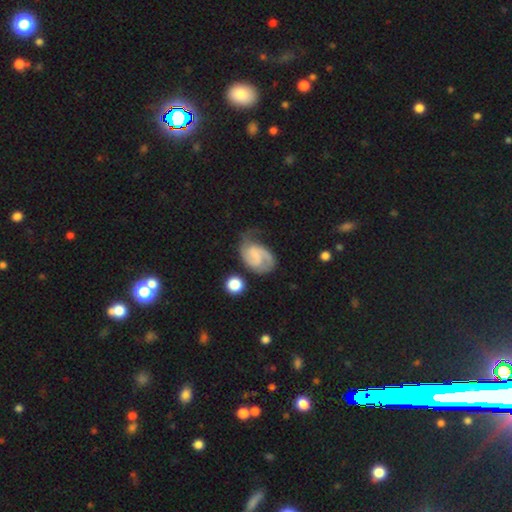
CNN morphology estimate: This is likely a featured or disk galaxy (72%). It is clearly not viewed edge-on (98%). Bar: marginally no (44%, tied with weak). Spiral arm pattern: clearly yes (93%). Spiral arm count: likely 2 (69%). Spiral winding: possibly medium (46%). Central bulge: possibly none (53%). Merging: marginally none (45%).